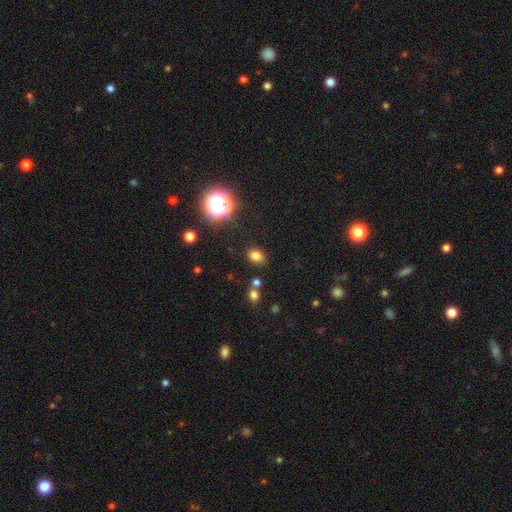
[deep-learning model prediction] Smooth or featured?
  - smooth: 76% *
  - star or artifact: 18%
  - featured or disk: 6%
How rounded?
  - in between: 59% *
  - round: 40%
  - cigar-shaped: 1%
Merging?
  - none: 83% *
  - minor disturbance: 10%
  - merger: 4%
  - major disturbance: 3%